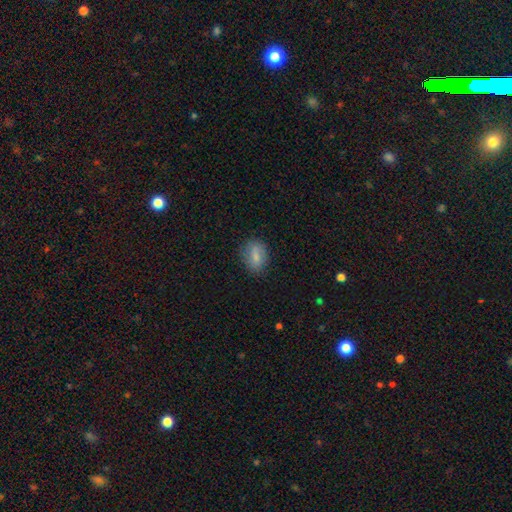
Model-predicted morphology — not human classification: This appears to be a smooth galaxy with no disk features (77%) that is in between round and cigar-shaped (72%). Merging: none (78%).